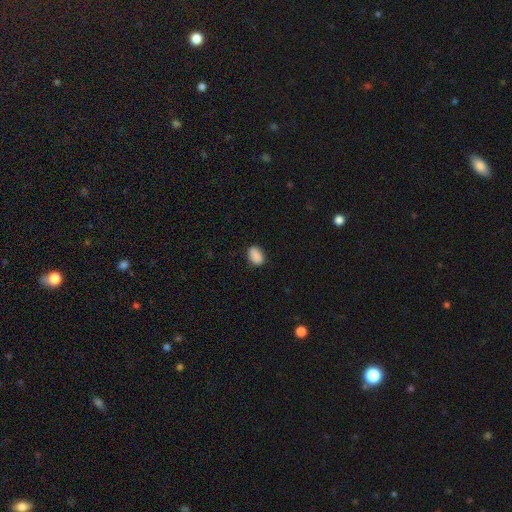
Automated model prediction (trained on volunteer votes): smooth_or_featured: smooth (p=0.88) [alt: star or artifact p=0.08]
how_rounded: in between (p=0.85) [alt: round p=0.13]
merging: none (p=0.84) [alt: minor disturbance p=0.12]